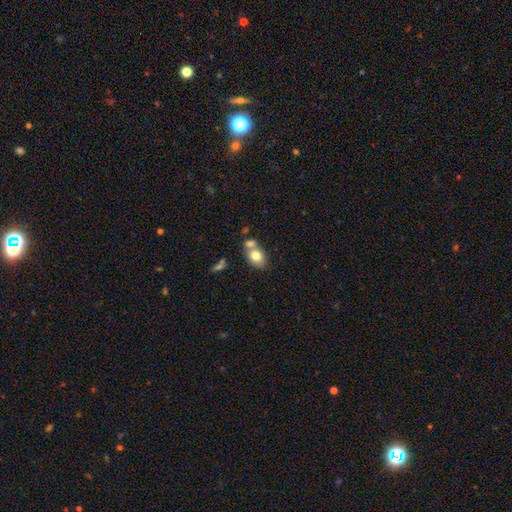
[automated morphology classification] Q: Smooth or featured?
A: smooth (77%); runner-up: featured or disk (15%)
Q: How rounded?
A: in between (70%); runner-up: round (29%)
Q: Merging?
A: none (43%); runner-up: merger (42%)